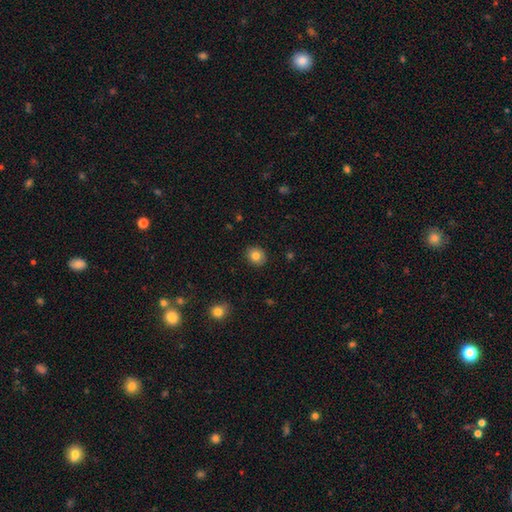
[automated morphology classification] smooth-or-featured: smooth: 82% | star or artifact: 10% | featured or disk: 8%
  how-rounded: round: 70% | in between: 29% | cigar-shaped: 1%
  merging: none: 89% | minor disturbance: 8% | major disturbance: 2% | merger: 1%